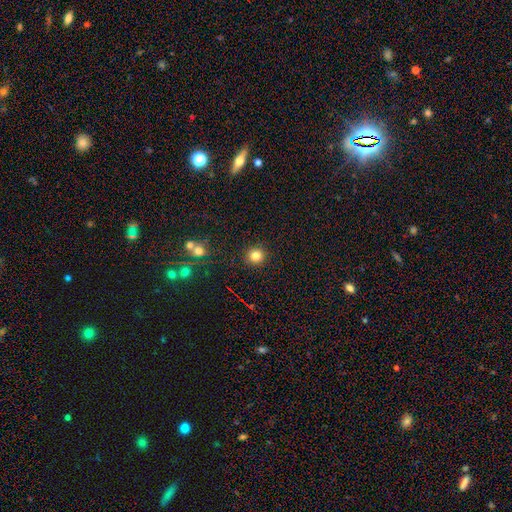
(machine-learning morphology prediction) This appears to be a smooth galaxy with no disk features (81%) that is round (94%). Merging: none (90%).